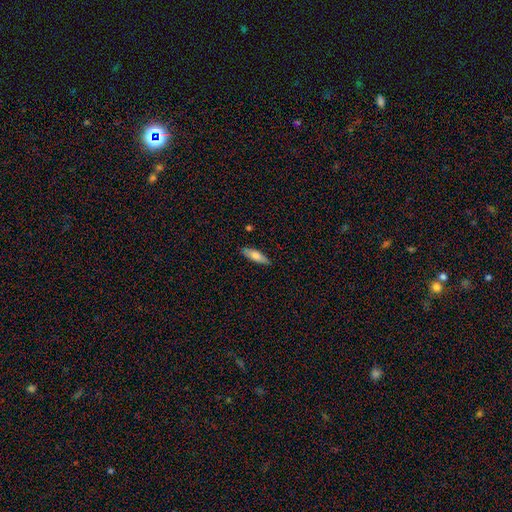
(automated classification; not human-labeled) Smooth or featured? smooth (71%)
How rounded? cigar-shaped (54%)
Merging? none (84%)